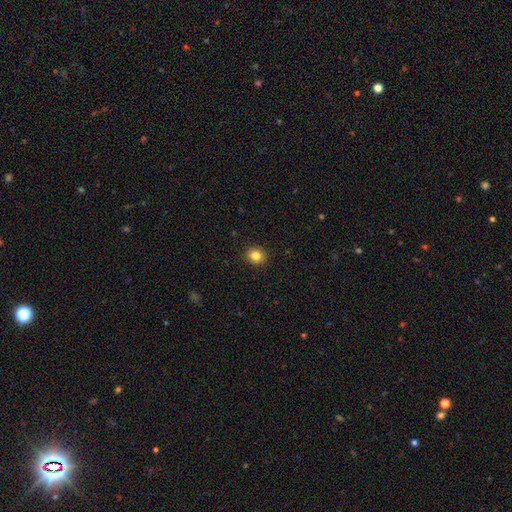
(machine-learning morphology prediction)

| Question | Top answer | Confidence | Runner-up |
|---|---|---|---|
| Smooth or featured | smooth | 83% | star or artifact (11%) |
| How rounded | round | 80% | in between (19%) |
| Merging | none | 92% | minor disturbance (5%) |